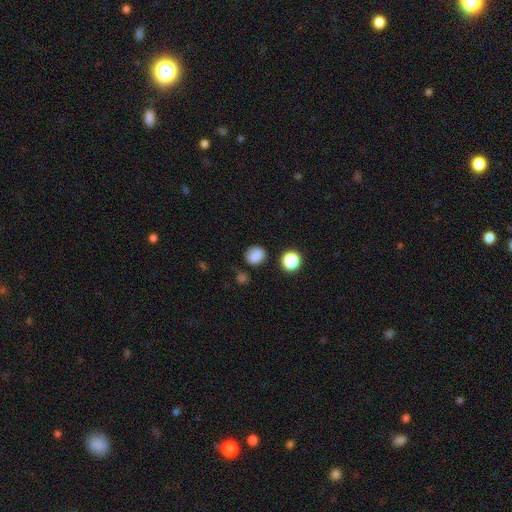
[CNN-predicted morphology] Smooth or featured? smooth (82%)
How rounded? round (71%)
Merging? none (78%)